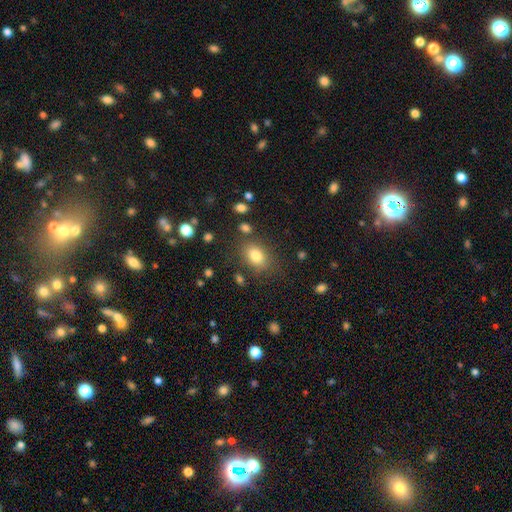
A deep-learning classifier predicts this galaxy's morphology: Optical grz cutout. It shows a smooth galaxy with no disk features (81%) that is in between round and cigar-shaped (74%). Merging: none (77%).